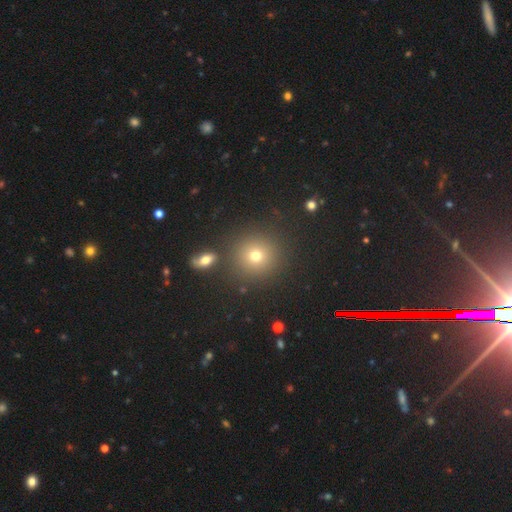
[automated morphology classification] A smooth galaxy with no disk features (73%) that is round (91%). Merging: none (84%).